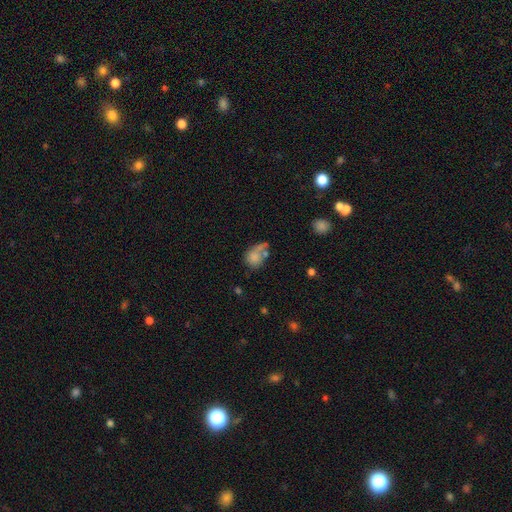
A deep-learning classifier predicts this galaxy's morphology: Smooth or featured: smooth — 70% (featured or disk — 19%)
How rounded: in between — 54% (round — 44%)
Merging: none — 31% (merger — 27%)